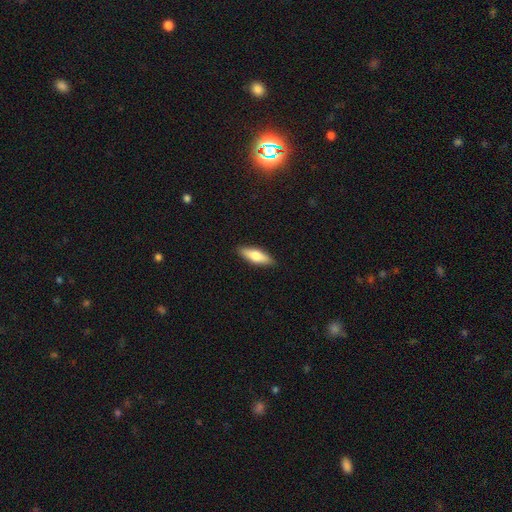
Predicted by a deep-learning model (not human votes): A smooth galaxy with no disk features (69%) that is in between round and cigar-shaped (53%).

Vote fractions:
- Smooth or featured? smooth: 69% / featured or disk: 26% / star or artifact: 6%
- How rounded? in between: 53% / cigar-shaped: 45% / round: 2%
- Merging? none: 89% / minor disturbance: 8% / major disturbance: 2% / merger: 1%